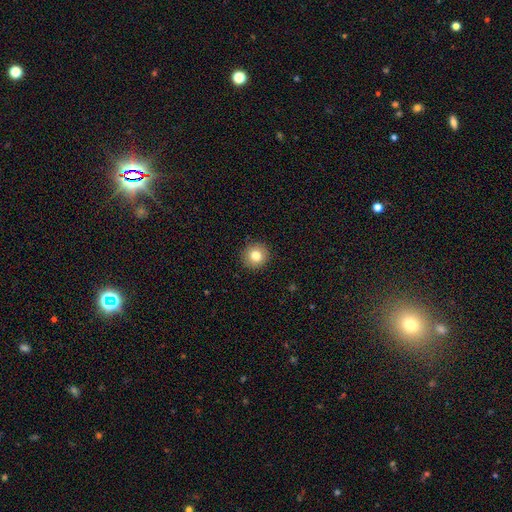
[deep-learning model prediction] The model was most divided on "smooth or featured": smooth: 80%, star or artifact: 10%, featured or disk: 10%. More confident: how rounded — round (93%); merging — none (92%).